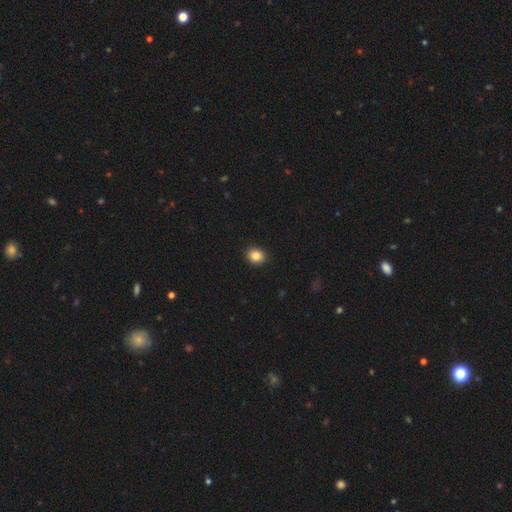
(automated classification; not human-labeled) Smooth or featured? smooth (85%)
How rounded? round (68%)
Merging? none (92%)